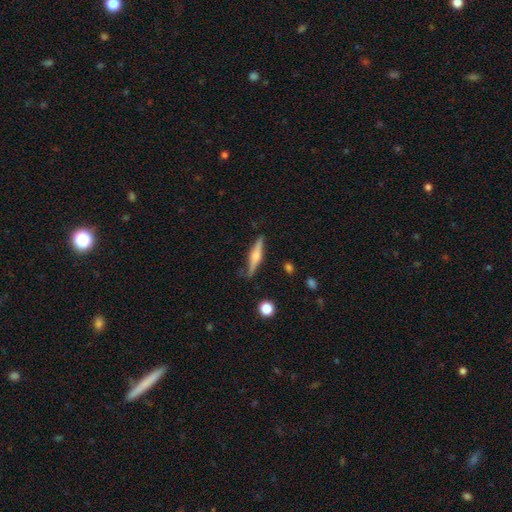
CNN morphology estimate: A featured or disk galaxy (66%) viewed edge-on (97%) with a rounded central bulge (87%). Merging: none (84%).